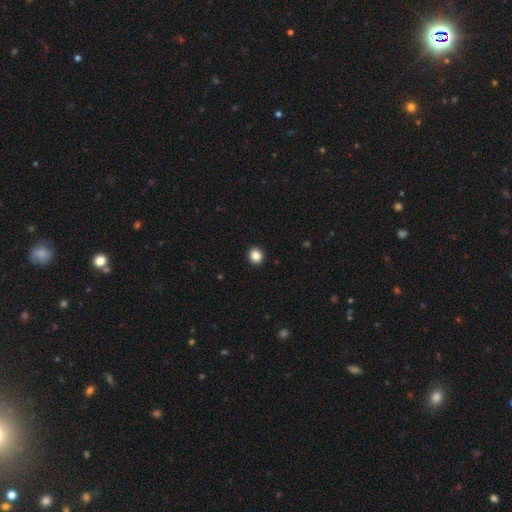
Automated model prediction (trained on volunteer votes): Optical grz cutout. It shows a smooth galaxy with no disk features (87%) that is round (77%). Merging: none (93%).